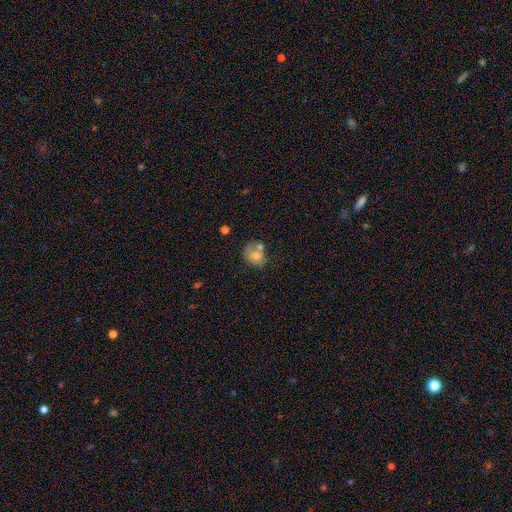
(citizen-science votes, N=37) smooth 65%, featured or disk 32%, star or artifact 3%. Down the decision tree: how rounded — round (88%); merging — merger (39%).